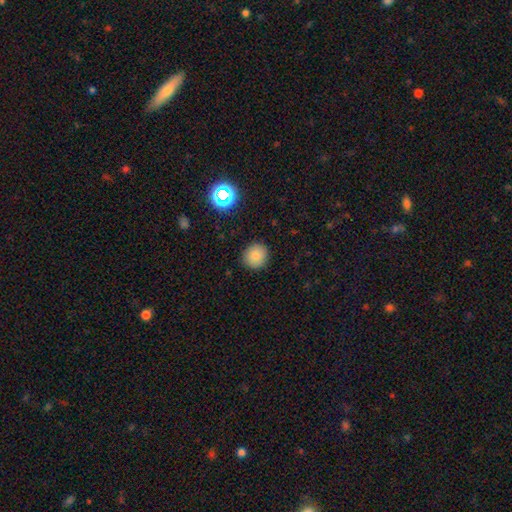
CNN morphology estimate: smooth-or-featured: smooth: 81% | star or artifact: 13% | featured or disk: 7%
  how-rounded: round: 88% | in between: 11% | cigar-shaped: 1%
  merging: none: 89% | minor disturbance: 8% | major disturbance: 2% | merger: 1%